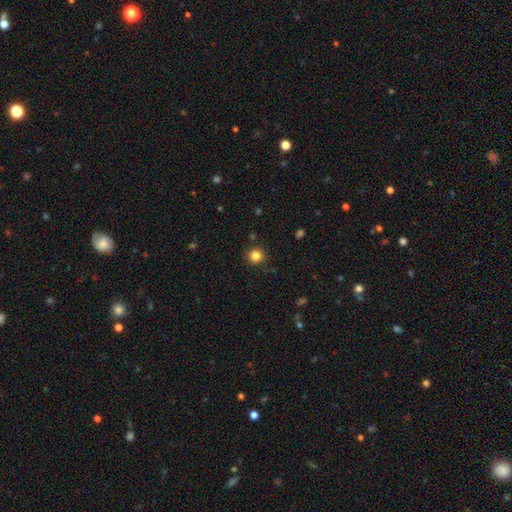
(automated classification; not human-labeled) This is clearly a smooth galaxy (83%). How rounded: clearly round (93%). Merging: clearly none (90%).